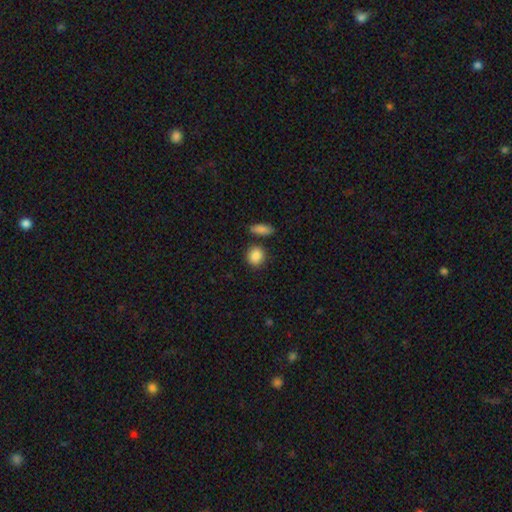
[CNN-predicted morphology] Smooth or featured?
  - smooth: 88% *
  - star or artifact: 8%
  - featured or disk: 4%
How rounded?
  - round: 72% *
  - in between: 26%
  - cigar-shaped: 2%
Merging?
  - none: 79% *
  - minor disturbance: 10%
  - merger: 8%
  - major disturbance: 3%